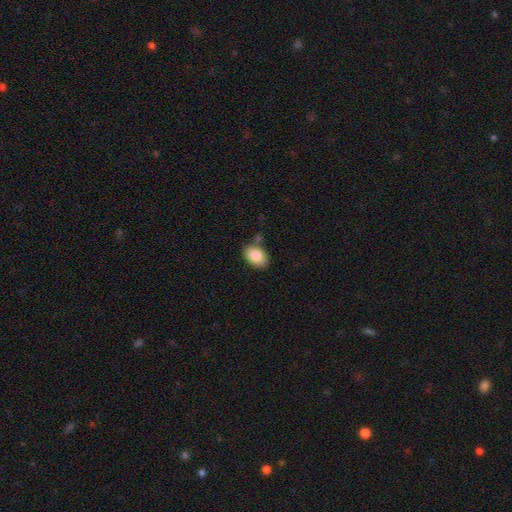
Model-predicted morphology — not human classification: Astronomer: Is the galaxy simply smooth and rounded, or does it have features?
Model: smooth — 86%.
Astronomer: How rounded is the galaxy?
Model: in between — 84%.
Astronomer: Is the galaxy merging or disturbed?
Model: none — 75%.